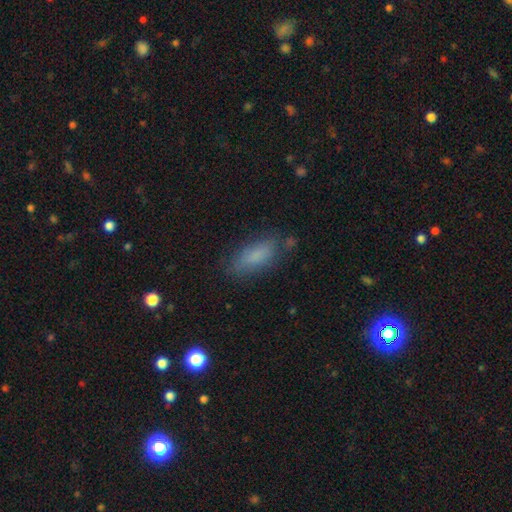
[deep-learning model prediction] A smooth galaxy with no disk features (80%) that is in between round and cigar-shaped (74%). Merging: none (75%).